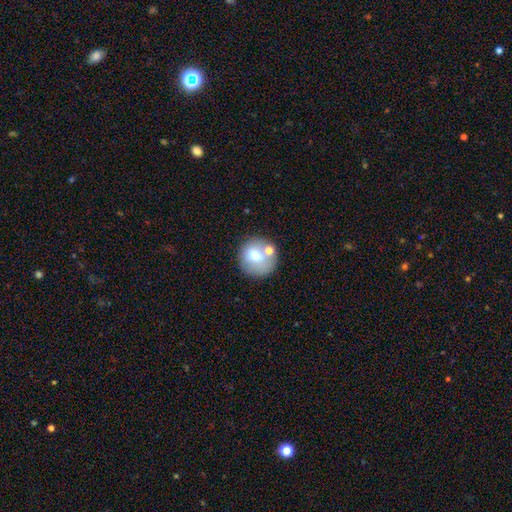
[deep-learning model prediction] This appears to be a smooth galaxy with no disk features (70%) that is round (85%). Merging: none (62%).